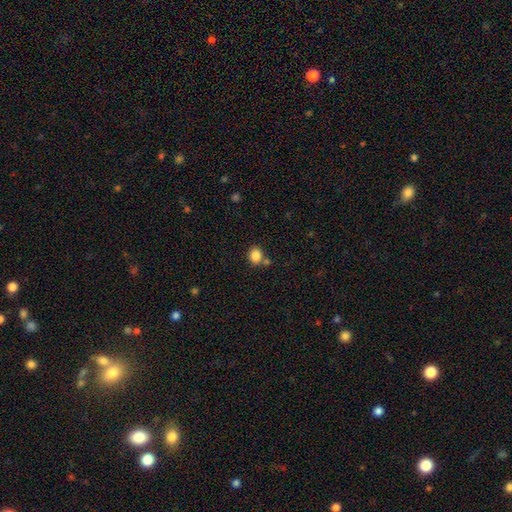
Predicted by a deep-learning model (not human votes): A smooth galaxy with no disk features (85%) that is round (58%).

Vote fractions:
- Smooth or featured? smooth: 85% / star or artifact: 10% / featured or disk: 5%
- How rounded? round: 58% / in between: 41% / cigar-shaped: 1%
- Merging? none: 67% / merger: 18% / minor disturbance: 12% / major disturbance: 4%